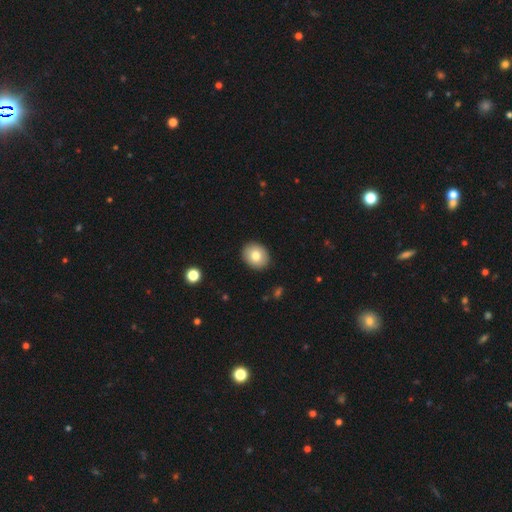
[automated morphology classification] type=smooth (79%); roundness=round (56%); merging=none (90%).